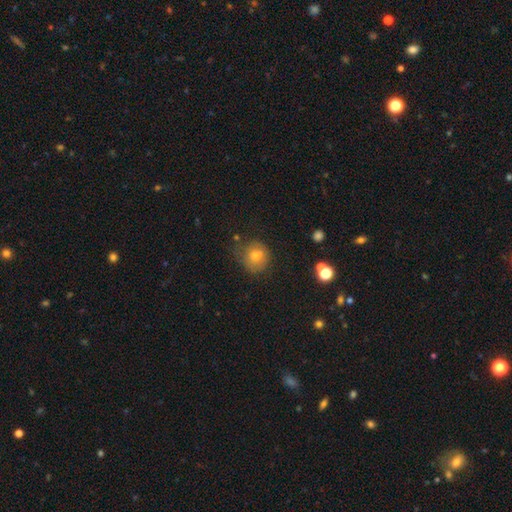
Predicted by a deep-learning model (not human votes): Morphology: type=smooth (69%); roundness=round (82%); merging=none (64%).